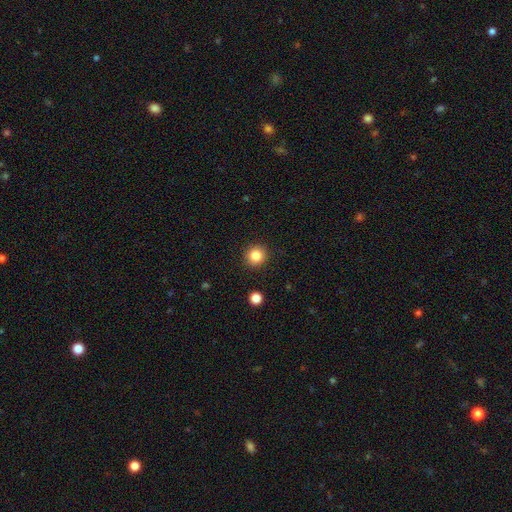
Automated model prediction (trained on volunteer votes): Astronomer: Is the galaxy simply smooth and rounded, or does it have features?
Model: smooth — 85%.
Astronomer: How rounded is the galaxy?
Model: round — 93%.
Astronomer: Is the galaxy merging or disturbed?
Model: none — 92%.